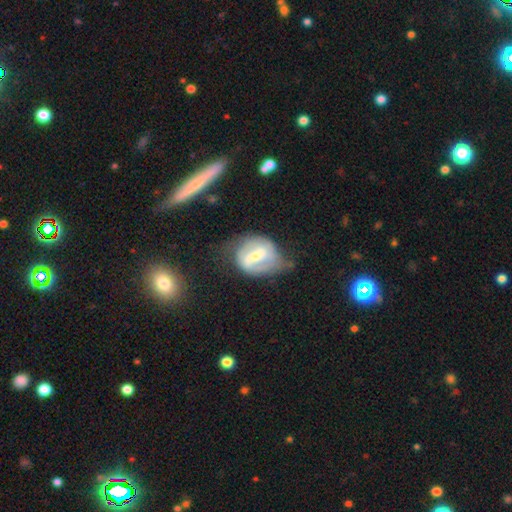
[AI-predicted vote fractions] Smooth or featured: featured or disk — 71% (smooth — 24%)
Edge-on disk: no — 96% (yes — 4%)
Bar: weak — 42% (strong — 38%)
Spiral arms: yes — 73% (no — 27%)
Bulge size: small — 49% (moderate — 45%)
Merging: none — 46% (minor disturbance — 31%)